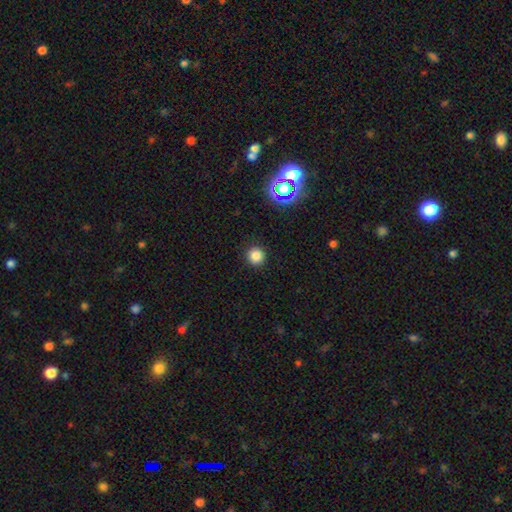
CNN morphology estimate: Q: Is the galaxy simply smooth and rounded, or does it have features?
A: smooth — 81%.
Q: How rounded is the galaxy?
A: round — 95%.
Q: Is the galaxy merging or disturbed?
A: none — 91%.